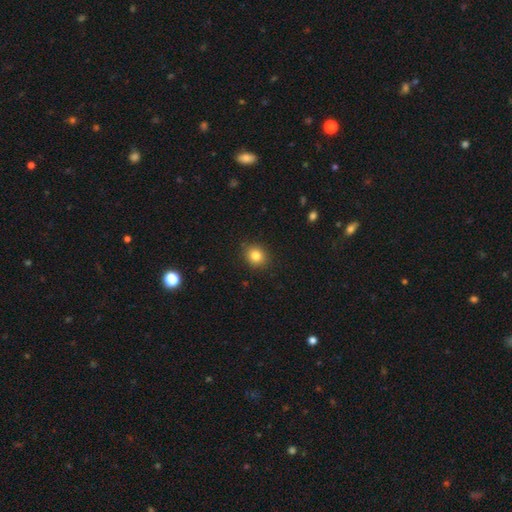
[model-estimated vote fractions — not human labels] This appears to be a smooth galaxy with no disk features (83%) that is round (74%). Merging: none (87%).